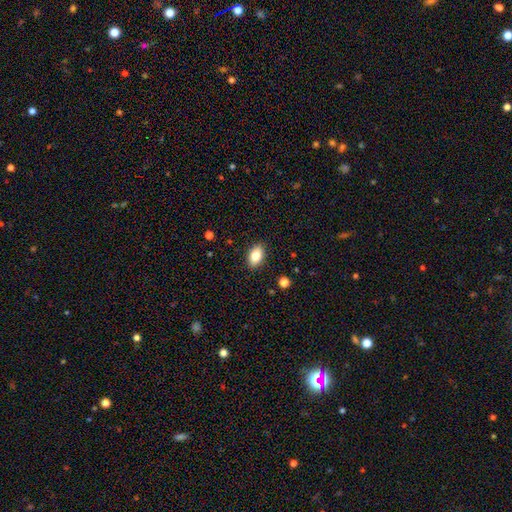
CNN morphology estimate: type=smooth (82%); roundness=in between (90%); merging=none (88%).